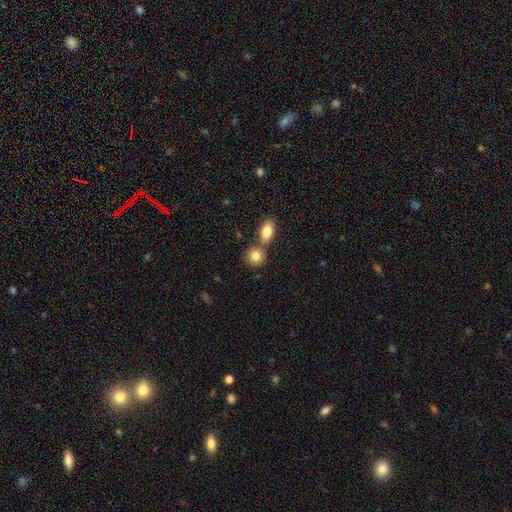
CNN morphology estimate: smooth-or-featured: smooth: 83% | featured or disk: 9% | star or artifact: 8%
  how-rounded: round: 72% | in between: 27% | cigar-shaped: 2%
  merging: none: 54% | merger: 35% | minor disturbance: 9% | major disturbance: 3%